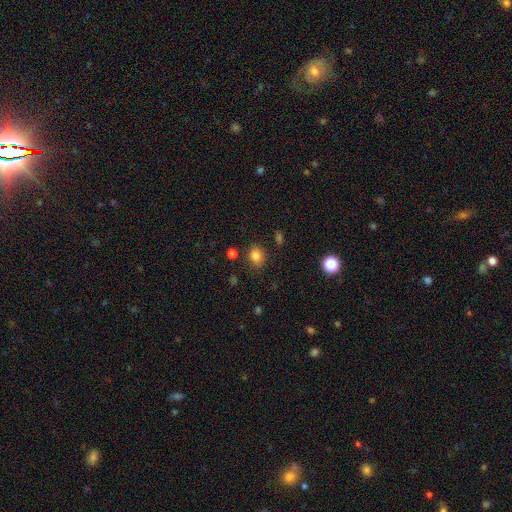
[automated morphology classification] This is clearly a smooth galaxy (82%). How rounded: likely round (65%). Merging: clearly none (81%).